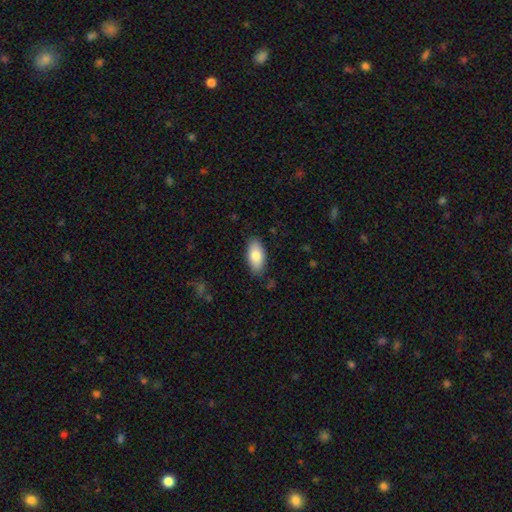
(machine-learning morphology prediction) Smooth or featured? smooth (82%)
How rounded? in between (91%)
Merging? none (85%)